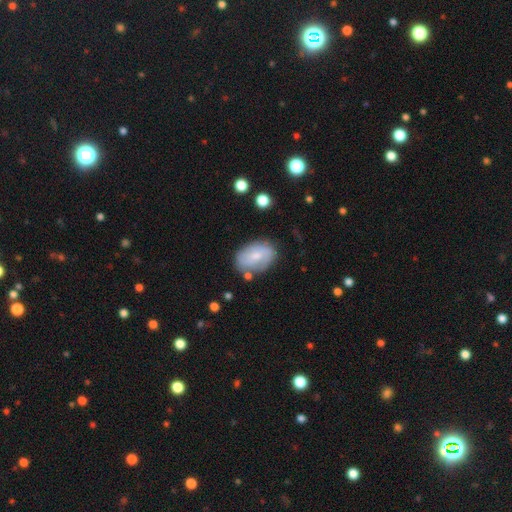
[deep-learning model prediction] This is possibly a smooth galaxy (52%). How rounded: clearly in between (85%). Merging: likely none (70%).